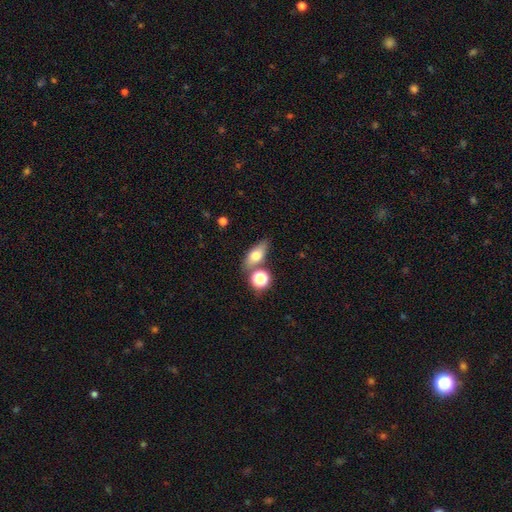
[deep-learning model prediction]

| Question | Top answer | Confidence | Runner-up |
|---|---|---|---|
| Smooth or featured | smooth | 67% | featured or disk (23%) |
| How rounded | in between | 70% | cigar-shaped (17%) |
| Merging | none | 68% | merger (15%) |